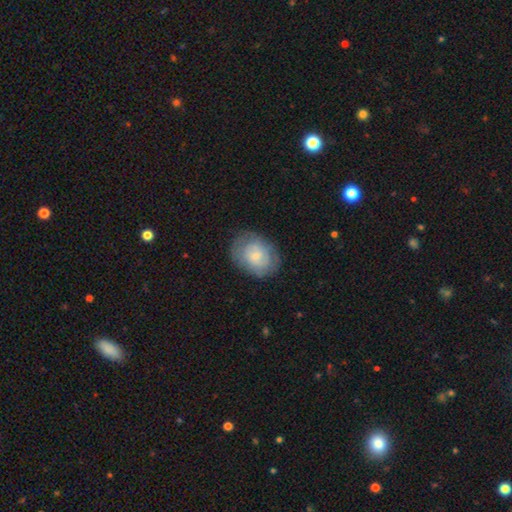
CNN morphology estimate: Smooth or featured?
  - smooth: 58% *
  - featured or disk: 34%
  - star or artifact: 7%
How rounded?
  - in between: 62% *
  - round: 37%
  - cigar-shaped: 1%
Merging?
  - none: 75% *
  - minor disturbance: 18%
  - major disturbance: 6%
  - merger: 1%